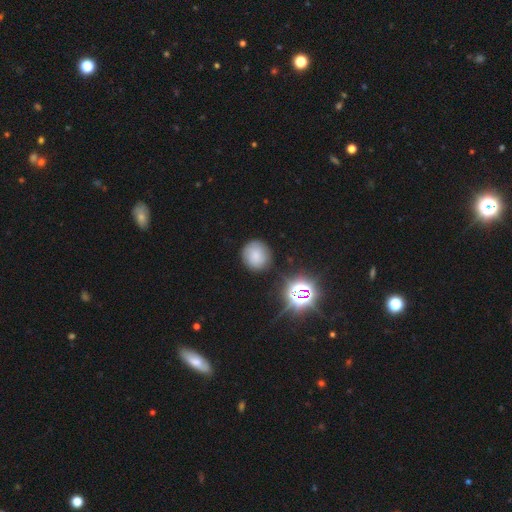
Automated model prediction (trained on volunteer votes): Smooth or featured? smooth (73%)
How rounded? round (88%)
Merging? none (83%)